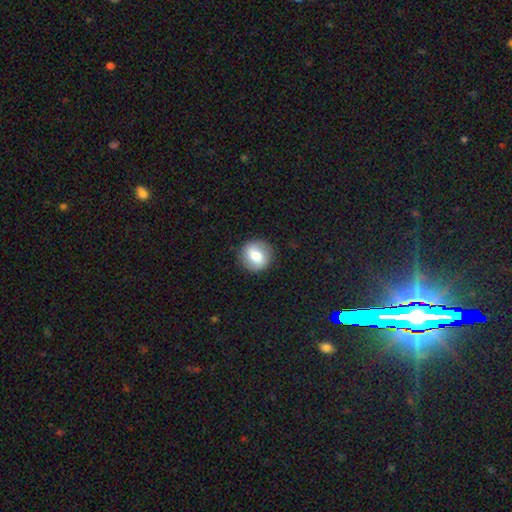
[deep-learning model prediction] Morphology: type=smooth (62%); roundness=round (89%); merging=none (88%).